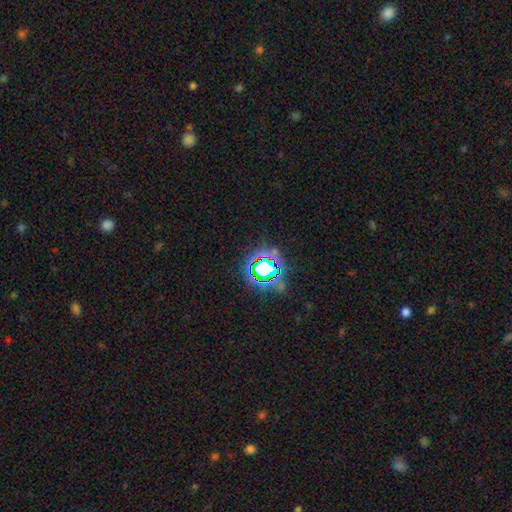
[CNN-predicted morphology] Smooth or featured? star or artifact (75%)